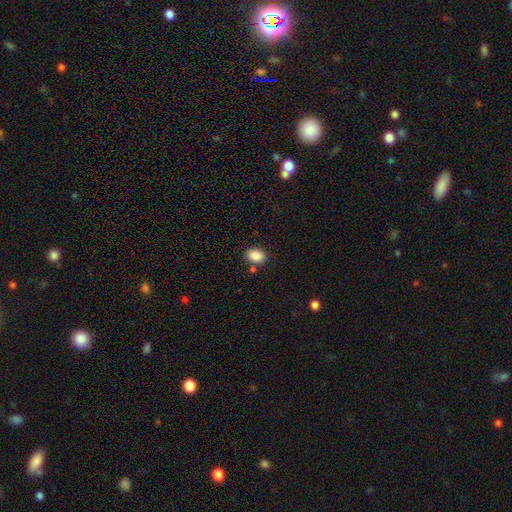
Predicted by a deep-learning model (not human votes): This is clearly a smooth galaxy (88%). How rounded: clearly in between (81%). Merging: likely none (79%).